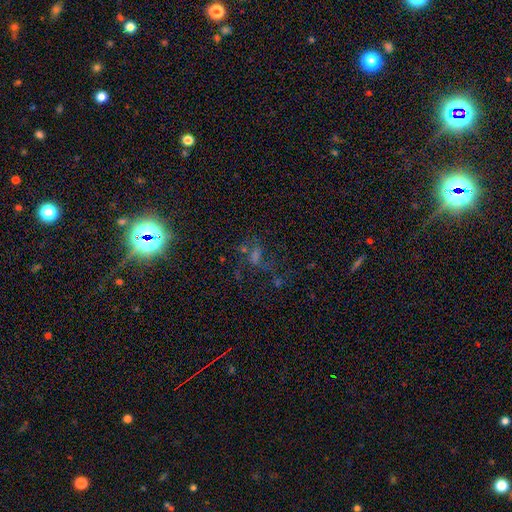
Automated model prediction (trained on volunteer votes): This is possibly a star or artifact rather than a galaxy (52%).